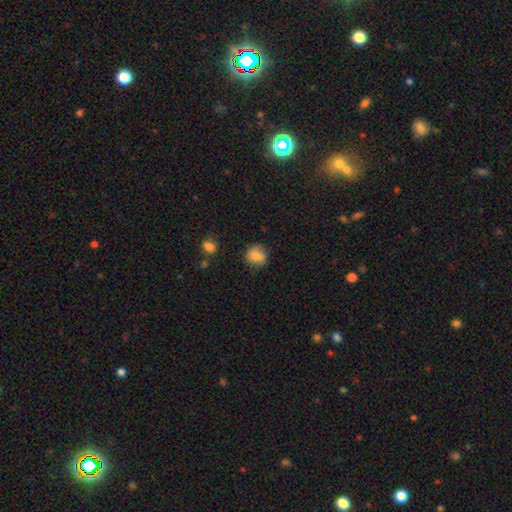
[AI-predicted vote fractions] smooth 80%, featured or disk 11%, star or artifact 9%. Down the decision tree: how rounded — round (79%); merging — none (77%).